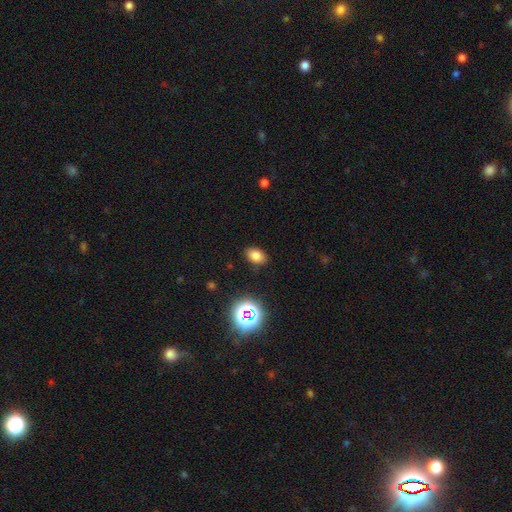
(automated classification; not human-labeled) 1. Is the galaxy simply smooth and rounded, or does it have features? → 76% smooth, 17% star or artifact, 7% featured or disk.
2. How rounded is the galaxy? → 81% in between, 18% round, 1% cigar-shaped.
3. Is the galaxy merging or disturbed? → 86% none, 10% minor disturbance, 3% major disturbance, 1% merger.